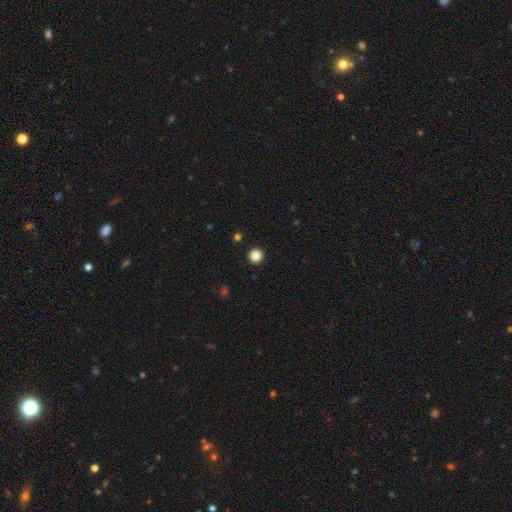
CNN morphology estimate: Smooth or featured?
  - smooth: 86% *
  - star or artifact: 11%
  - featured or disk: 3%
How rounded?
  - round: 96% *
  - in between: 3%
  - cigar-shaped: 1%
Merging?
  - none: 93% *
  - minor disturbance: 4%
  - major disturbance: 1%
  - merger: 1%